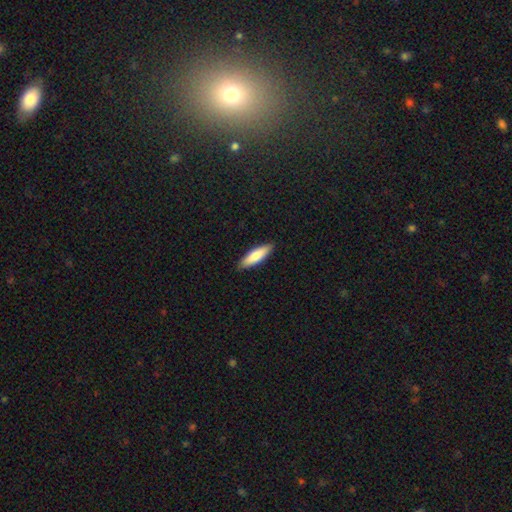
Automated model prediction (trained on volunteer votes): smooth 81%, featured or disk 14%, star or artifact 5%. Down the decision tree: how rounded — cigar-shaped (60%); merging — none (89%).